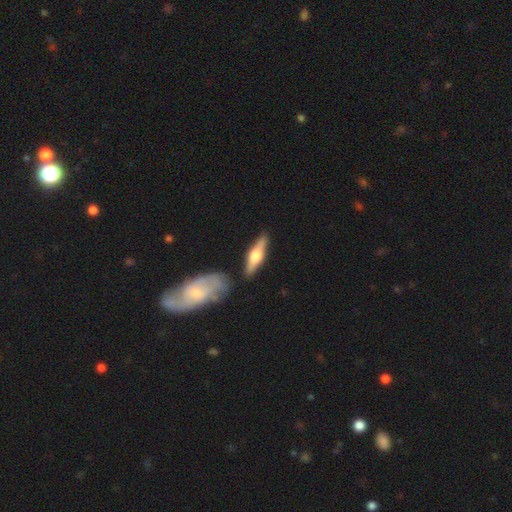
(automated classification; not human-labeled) Overall: featured or disk (61%; smooth 34%). Edge-on disk: yes (94%). Edge-on bulge: rounded (93%). Merging: none (83%).